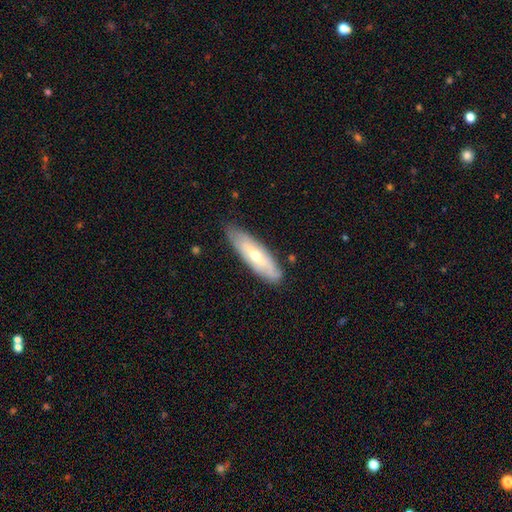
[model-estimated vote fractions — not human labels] A featured or disk galaxy (52%).

Vote fractions:
- Smooth or featured? featured or disk: 52% / smooth: 41% / star or artifact: 6%
- Edge-on disk? no: 62% / yes: 38%
- Merging? none: 79% / minor disturbance: 16% / major disturbance: 3% / merger: 1%